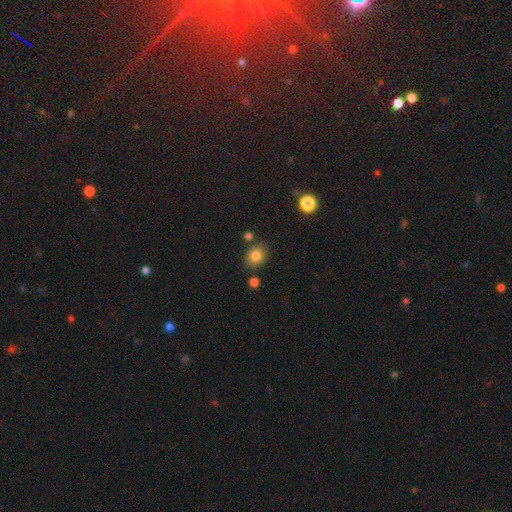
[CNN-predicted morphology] A smooth galaxy with no disk features (82%) that is in between round and cigar-shaped (53%). Merging: none (79%).